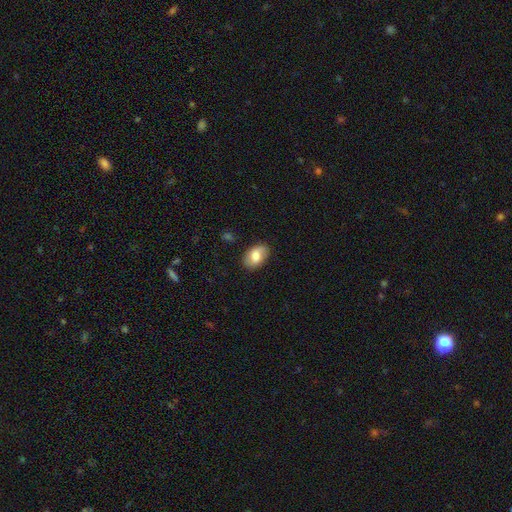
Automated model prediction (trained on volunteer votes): Smooth or featured? Predicted: smooth (p=0.72). How rounded? Predicted: in between (p=0.89). Merging? Predicted: none (p=0.82).